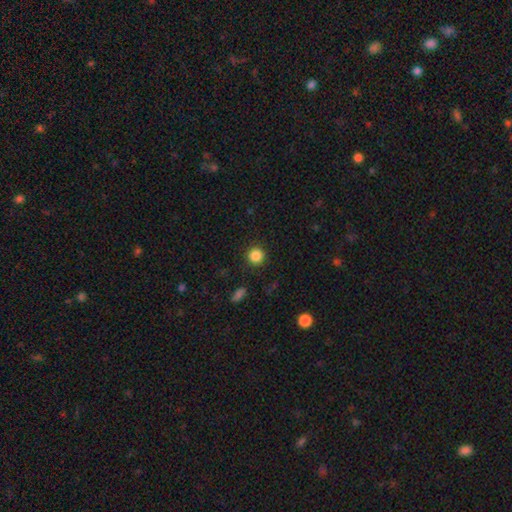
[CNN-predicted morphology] Smooth or featured? smooth (85%)
How rounded? round (95%)
Merging? none (91%)